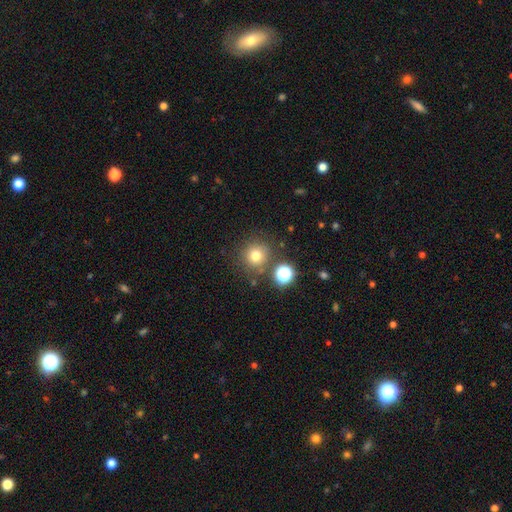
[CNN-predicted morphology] smooth_or_featured: smooth (p=0.74) [alt: star or artifact p=0.17]
how_rounded: round (p=0.92) [alt: in between p=0.07]
merging: none (p=0.78) [alt: minor disturbance p=0.09]